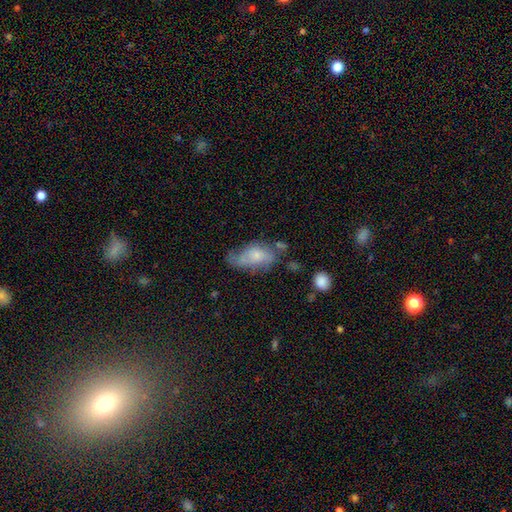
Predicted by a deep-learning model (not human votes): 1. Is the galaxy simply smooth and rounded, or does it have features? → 55% smooth, 37% featured or disk, 8% star or artifact.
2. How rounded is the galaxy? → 90% in between, 5% cigar-shaped, 5% round.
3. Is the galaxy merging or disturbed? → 37% none, 34% minor disturbance, 22% major disturbance, 7% merger.